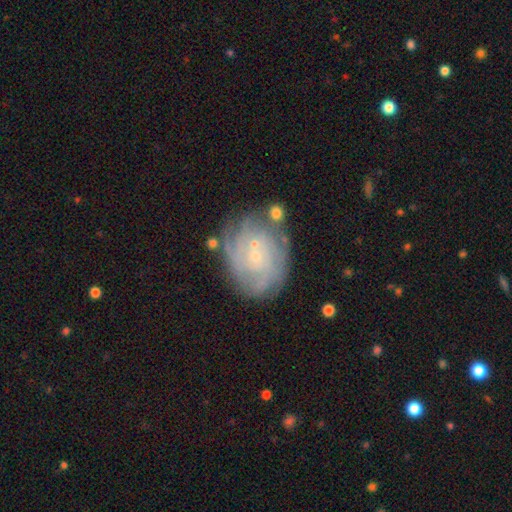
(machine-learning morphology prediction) This appears to be a featured or disk galaxy (76%) with no bar (79%), tight (73%) spiral arms (89%) and a small central bulge (84%). Merging: none (65%).